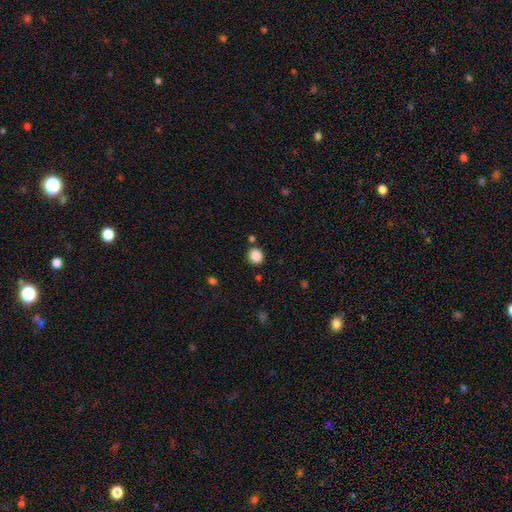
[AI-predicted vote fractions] smooth-or-featured: smooth: 87% | star or artifact: 10% | featured or disk: 4%
  how-rounded: round: 86% | in between: 14% | cigar-shaped: 1%
  merging: none: 85% | minor disturbance: 8% | merger: 5% | major disturbance: 3%